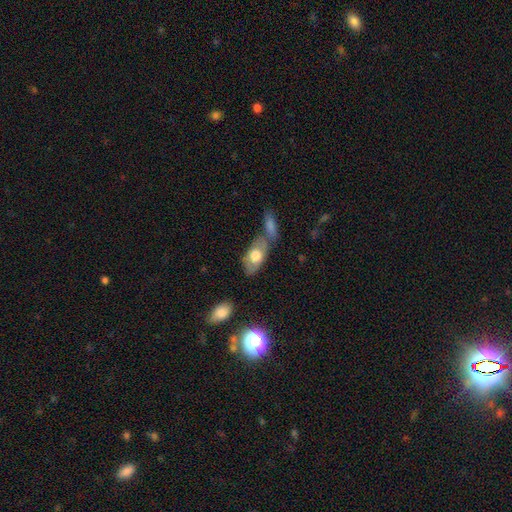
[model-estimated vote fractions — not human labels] smooth-or-featured: smooth: 63% | featured or disk: 31% | star or artifact: 6%
  how-rounded: in between: 88% | cigar-shaped: 8% | round: 4%
  merging: none: 53% | merger: 23% | minor disturbance: 18% | major disturbance: 6%